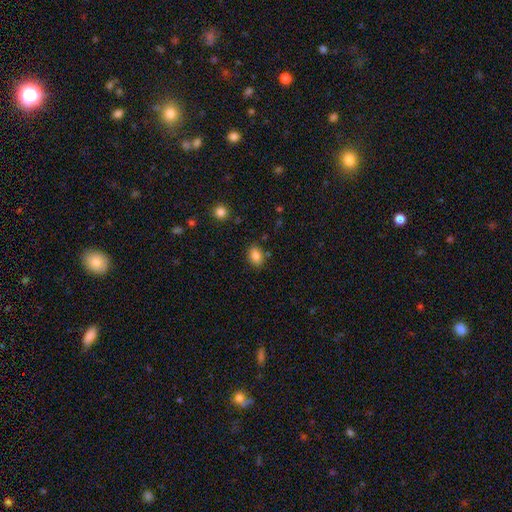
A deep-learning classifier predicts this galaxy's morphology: smooth 84%, star or artifact 10%, featured or disk 7%. Down the decision tree: how rounded — in between (73%); merging — none (81%).